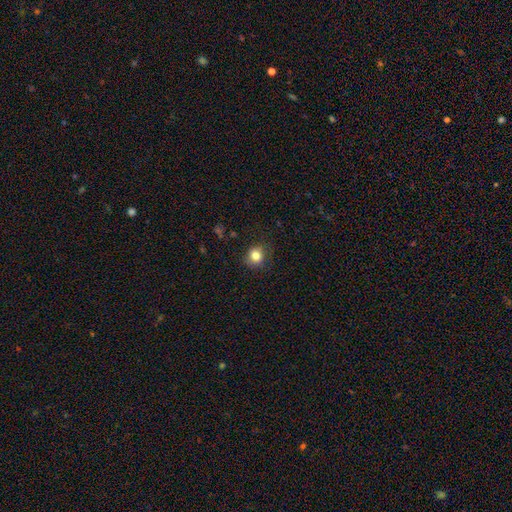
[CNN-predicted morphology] Smooth or featured? smooth (81%)
How rounded? round (80%)
Merging? none (82%)